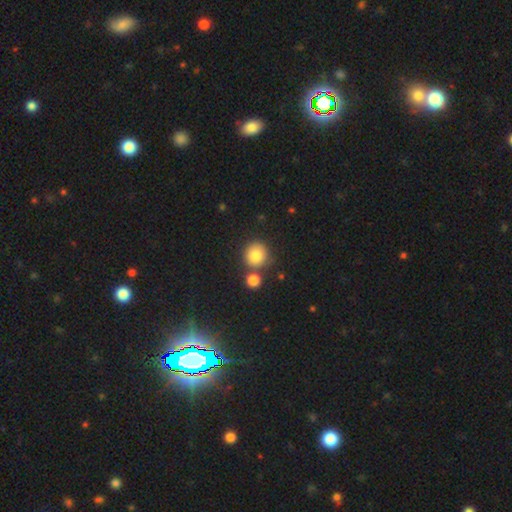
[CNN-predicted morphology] Q: Smooth or featured?
A: smooth (82%); runner-up: star or artifact (11%)
Q: How rounded?
A: round (90%); runner-up: in between (9%)
Q: Merging?
A: none (71%); runner-up: merger (17%)